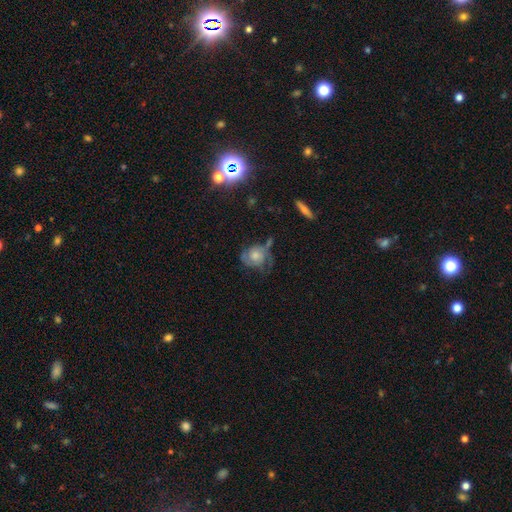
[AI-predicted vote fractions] A featured or disk galaxy (55%) with no bar (78%), spiral arms (78%) and a moderate central bulge (45%). Merging: none (47%).